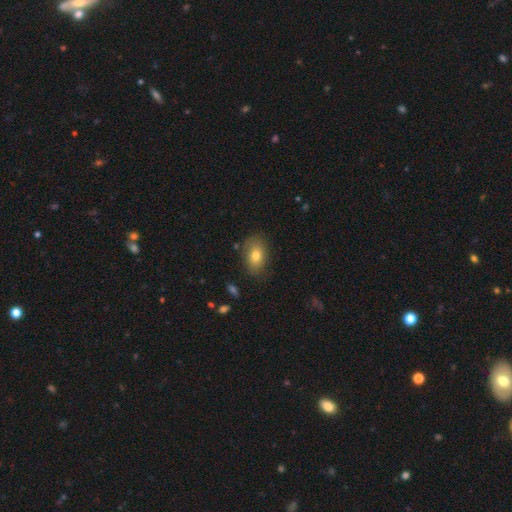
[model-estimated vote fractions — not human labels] Smooth or featured? Predicted: smooth (p=0.76). How rounded? Predicted: in between (p=0.86). Merging? Predicted: none (p=0.80).